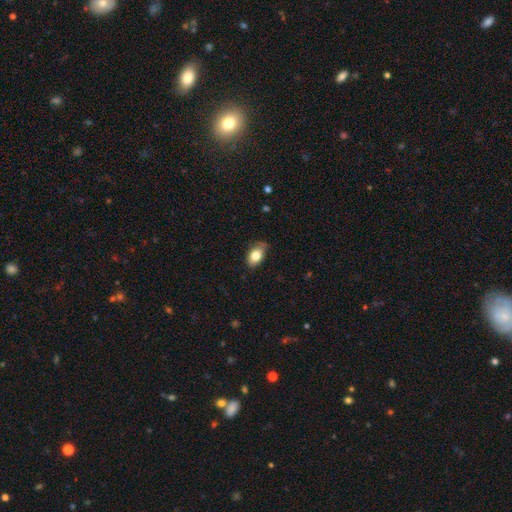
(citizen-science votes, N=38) smooth-or-featured: smooth: 82% | featured or disk: 11% | star or artifact: 8%
  how-rounded: in between: 84% | round: 13% | cigar-shaped: 3%
  merging: none: 83% | minor disturbance: 11% | merger: 6% | major disturbance: 0%